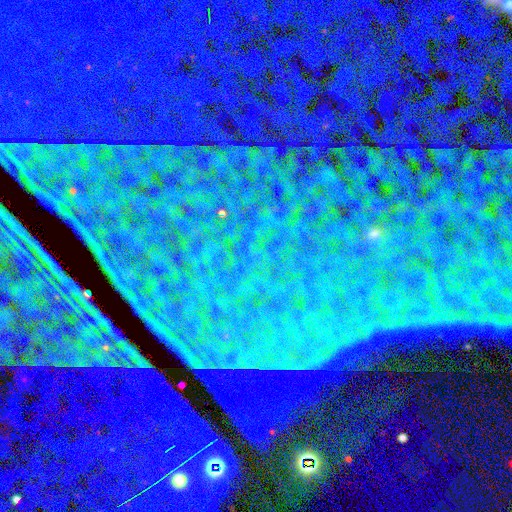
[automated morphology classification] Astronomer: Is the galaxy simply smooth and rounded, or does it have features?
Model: star or artifact — 86%.